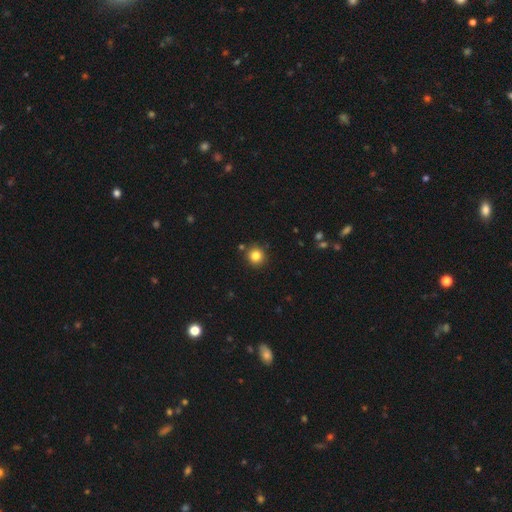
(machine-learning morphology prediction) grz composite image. It shows a smooth galaxy with no disk features (83%) that is round (94%). Merging: none (87%).